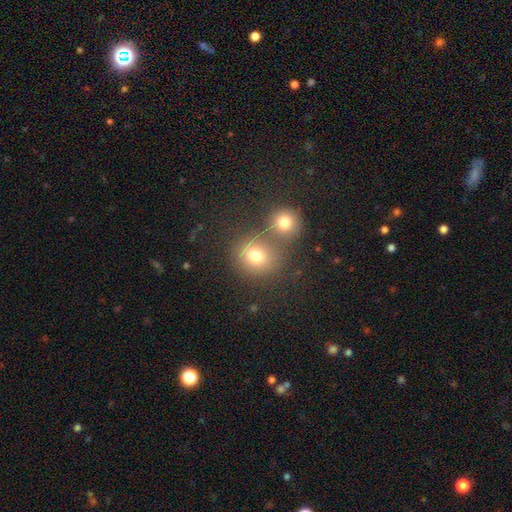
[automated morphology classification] smooth 75%, star or artifact 15%, featured or disk 10%. Down the decision tree: how rounded — round (84%); merging — none (50%).